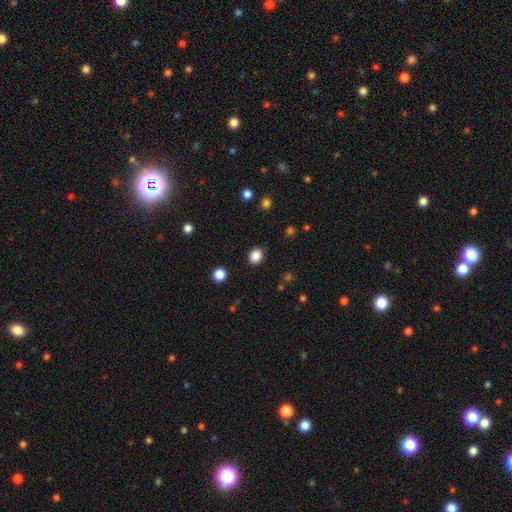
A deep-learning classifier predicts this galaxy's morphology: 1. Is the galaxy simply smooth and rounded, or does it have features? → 86% smooth, 11% star or artifact, 4% featured or disk.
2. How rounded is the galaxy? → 66% round, 33% in between, 1% cigar-shaped.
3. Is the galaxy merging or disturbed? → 89% none, 7% minor disturbance, 2% major disturbance, 1% merger.